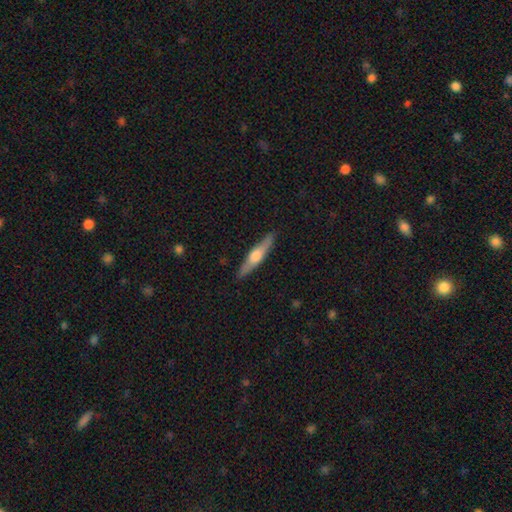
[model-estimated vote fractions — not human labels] featured or disk 56%, smooth 39%, star or artifact 5%. Down the decision tree: edge-on disk — yes (95%); edge-on bulge — rounded (89%); merging — none (90%).